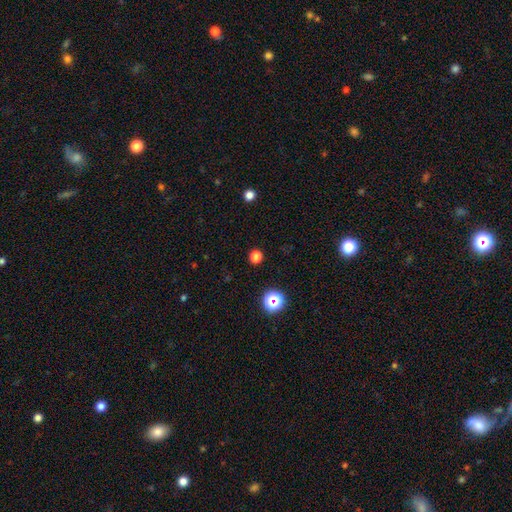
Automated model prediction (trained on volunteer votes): Smooth or featured: smooth — 72% (star or artifact — 24%)
How rounded: round — 86% (in between — 13%)
Merging: none — 90% (minor disturbance — 6%)